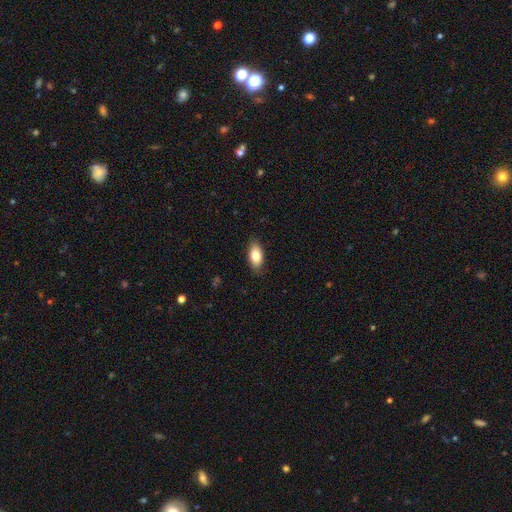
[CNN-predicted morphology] smooth 82%, featured or disk 12%, star or artifact 7%. Down the decision tree: how rounded — in between (91%); merging — none (86%).